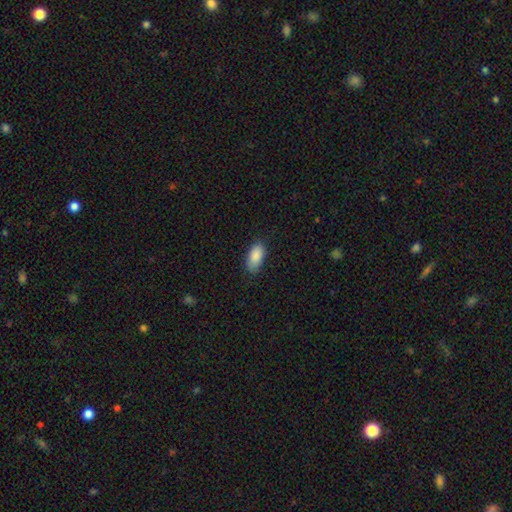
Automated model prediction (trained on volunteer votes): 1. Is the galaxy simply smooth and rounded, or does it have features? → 89% smooth, 6% star or artifact, 5% featured or disk.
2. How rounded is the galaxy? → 92% in between, 6% cigar-shaped, 2% round.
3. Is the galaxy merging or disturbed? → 80% none, 16% minor disturbance, 3% major disturbance, 1% merger.